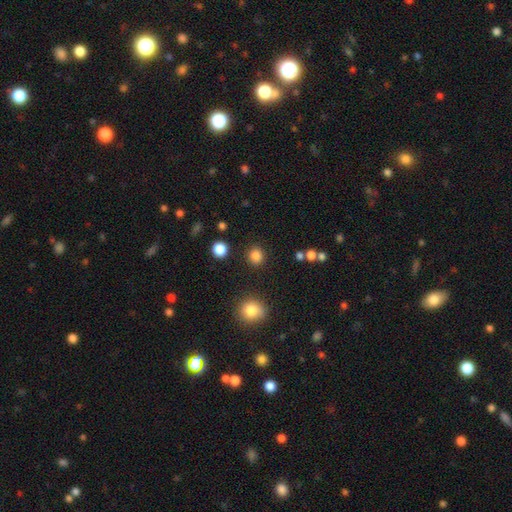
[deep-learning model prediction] Smooth or featured? smooth (85%)
How rounded? round (88%)
Merging? none (89%)